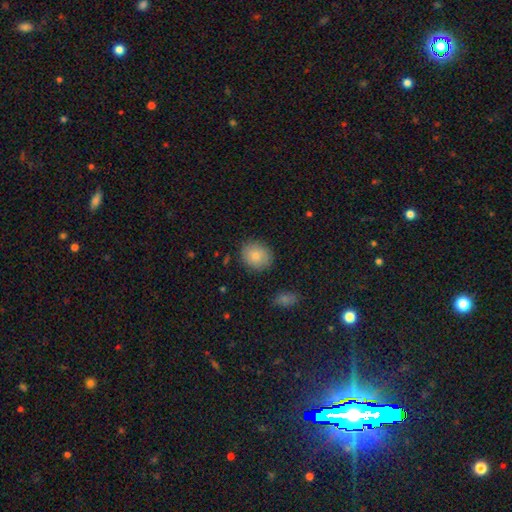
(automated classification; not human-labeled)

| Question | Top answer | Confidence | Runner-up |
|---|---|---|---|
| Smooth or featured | smooth | 84% | featured or disk (8%) |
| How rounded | round | 72% | in between (27%) |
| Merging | none | 86% | minor disturbance (10%) |